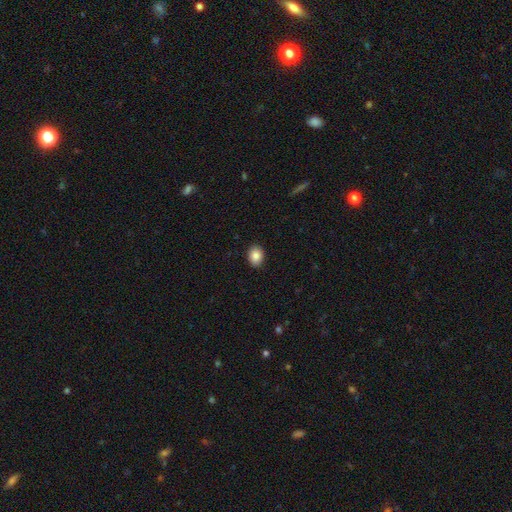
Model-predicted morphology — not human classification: Smooth or featured: smooth — 87% (star or artifact — 8%)
How rounded: in between — 62% (round — 37%)
Merging: none — 89% (minor disturbance — 8%)